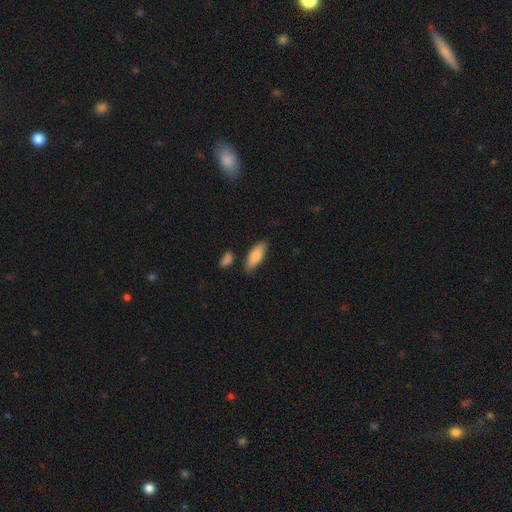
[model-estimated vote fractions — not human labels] Morphology: type=smooth (83%); roundness=in between (74%); merging=none (78%).